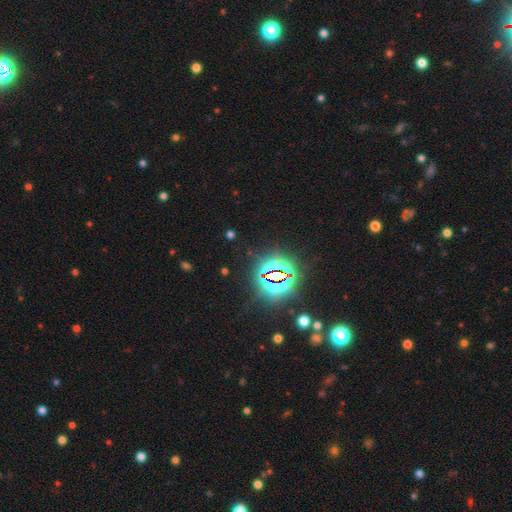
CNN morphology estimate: type=star or artifact (85%).